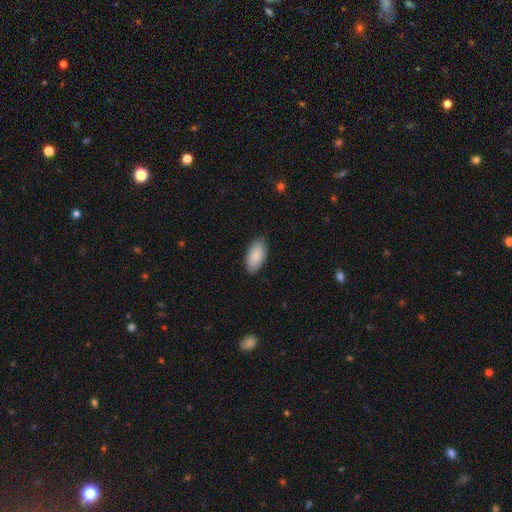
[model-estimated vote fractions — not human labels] Smooth or featured?
  - smooth: 89% *
  - star or artifact: 6%
  - featured or disk: 6%
How rounded?
  - in between: 95% *
  - cigar-shaped: 3%
  - round: 2%
Merging?
  - none: 88% *
  - minor disturbance: 9%
  - major disturbance: 2%
  - merger: 1%